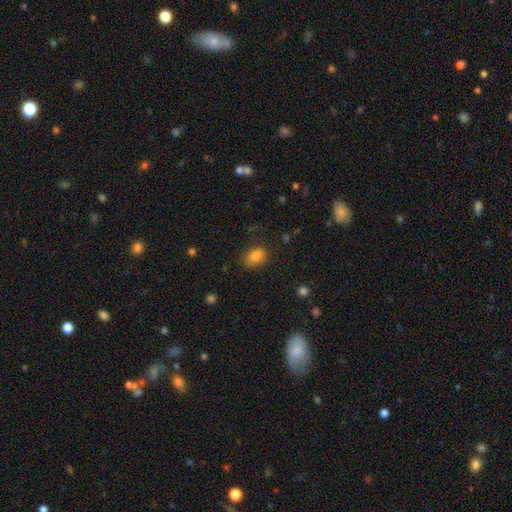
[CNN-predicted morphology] Smooth or featured? smooth (84%)
How rounded? in between (75%)
Merging? none (76%)